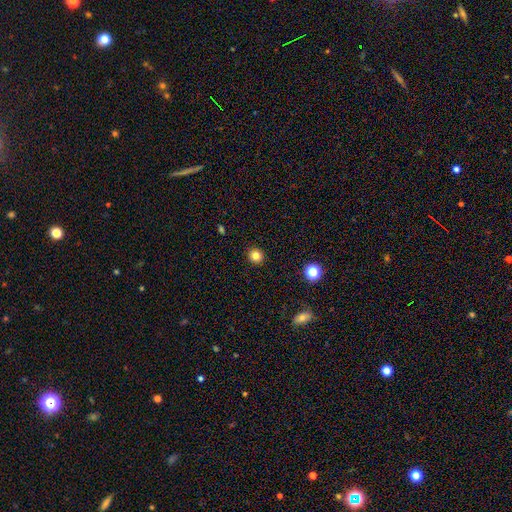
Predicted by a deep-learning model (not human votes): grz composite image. It shows a smooth galaxy with no disk features (81%) that is round (89%). Merging: none (92%).